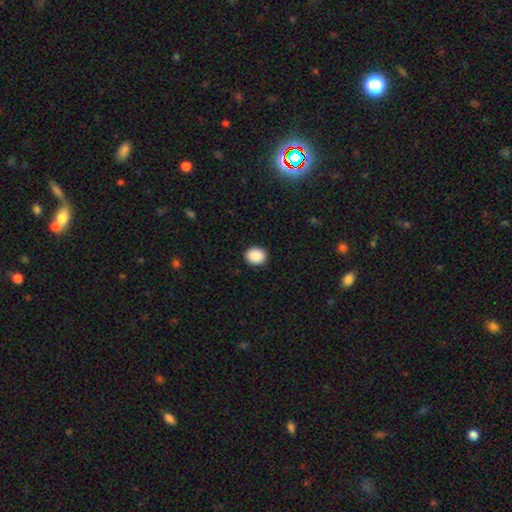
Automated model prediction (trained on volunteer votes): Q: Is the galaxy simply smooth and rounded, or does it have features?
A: smooth — 90%.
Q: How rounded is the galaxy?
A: round — 62%.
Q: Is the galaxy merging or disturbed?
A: none — 91%.